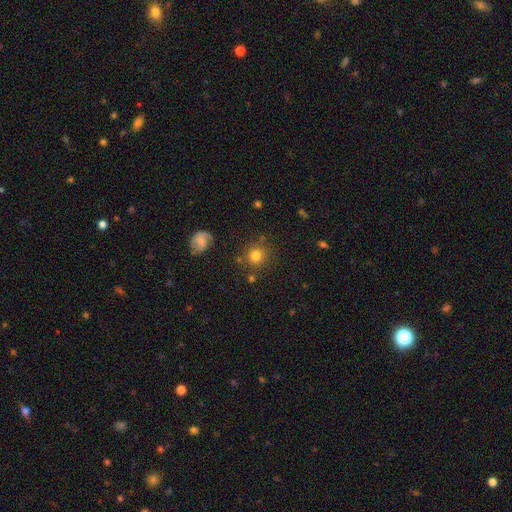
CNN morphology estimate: smooth 78%, star or artifact 12%, featured or disk 10%. Down the decision tree: how rounded — round (91%); merging — none (82%).